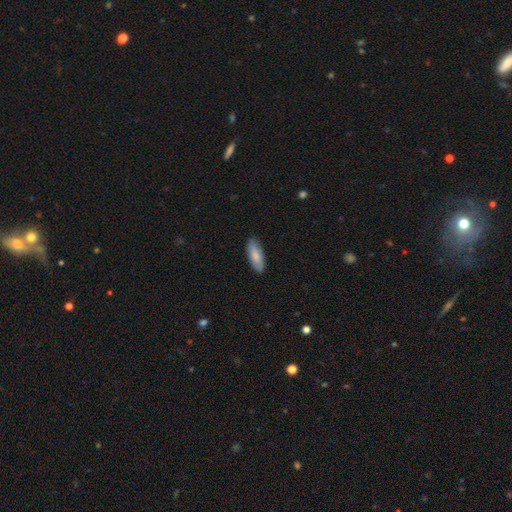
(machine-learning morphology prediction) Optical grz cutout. It shows a smooth galaxy with no disk features (82%) that is in between round and cigar-shaped (72%). Merging: none (87%).